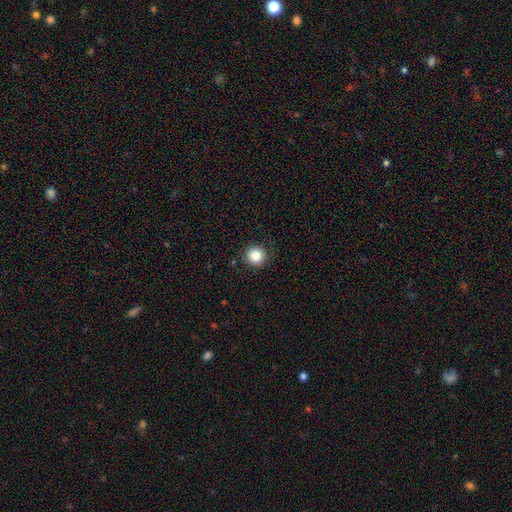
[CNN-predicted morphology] Smooth or featured? Predicted: smooth (p=0.85). How rounded? Predicted: round (p=0.95). Merging? Predicted: none (p=0.91).